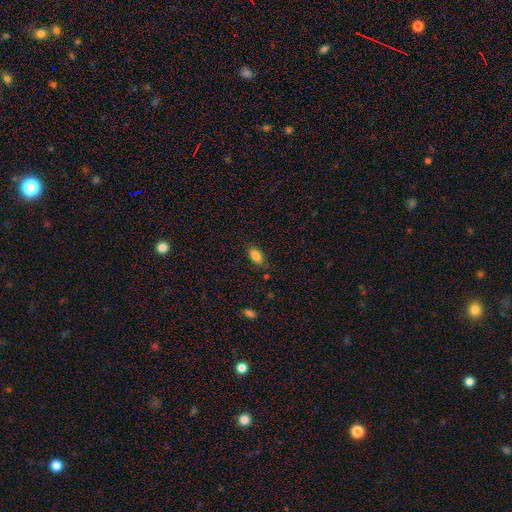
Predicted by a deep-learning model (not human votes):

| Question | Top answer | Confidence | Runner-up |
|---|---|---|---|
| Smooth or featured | smooth | 84% | star or artifact (9%) |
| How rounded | in between | 89% | cigar-shaped (5%) |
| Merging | none | 81% | minor disturbance (14%) |